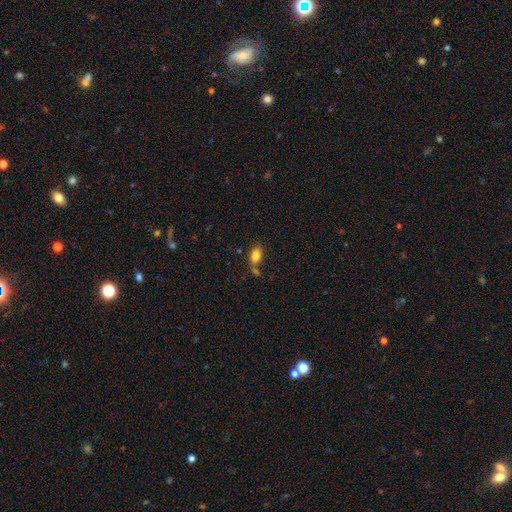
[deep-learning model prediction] Overall: smooth (82%). How rounded: in between (89%). Merging: none (61%).